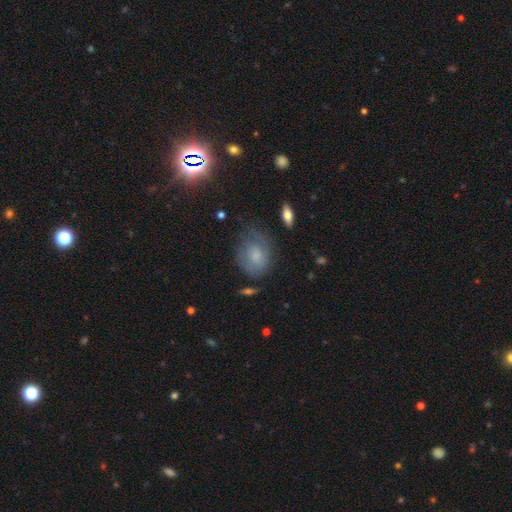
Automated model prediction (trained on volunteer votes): Smooth or featured: smooth — 59% (featured or disk — 30%)
How rounded: in between — 52% (round — 46%)
Merging: none — 55% (minor disturbance — 28%)